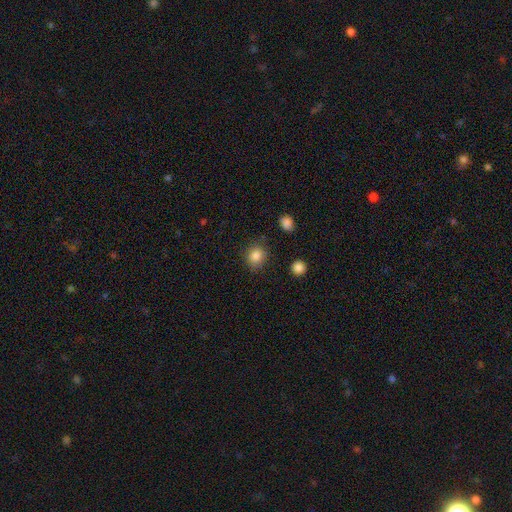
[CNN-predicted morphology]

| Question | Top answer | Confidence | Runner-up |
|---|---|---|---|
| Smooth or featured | smooth | 85% | star or artifact (11%) |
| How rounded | round | 77% | in between (23%) |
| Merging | none | 83% | minor disturbance (11%) |